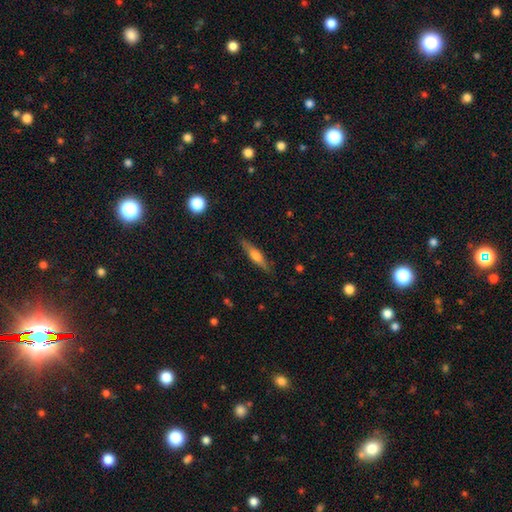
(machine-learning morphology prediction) smooth-or-featured: smooth: 48% | featured or disk: 45% | star or artifact: 6%
  merging: none: 86% | minor disturbance: 11% | major disturbance: 2% | merger: 1%